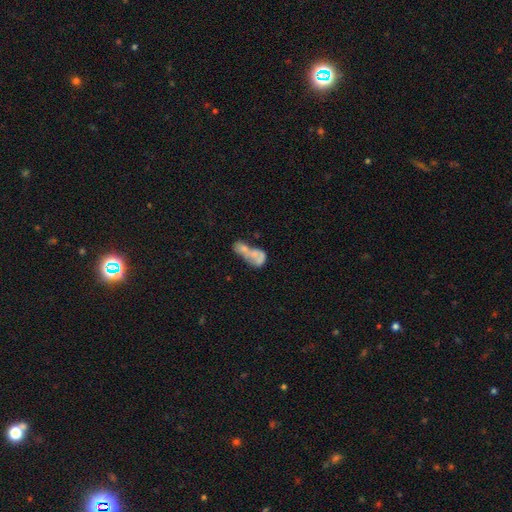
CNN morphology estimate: This is possibly a smooth galaxy (51%). How rounded: likely in between (80%). Merging: likely merger (69%).